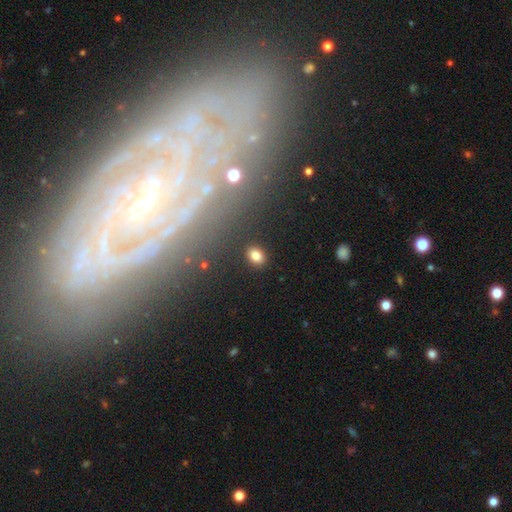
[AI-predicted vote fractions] Overall: smooth (82%). How rounded: in between (63%; round 36%). Merging: none (89%).